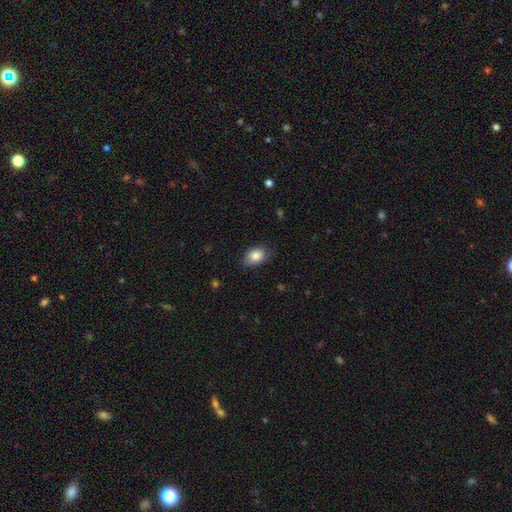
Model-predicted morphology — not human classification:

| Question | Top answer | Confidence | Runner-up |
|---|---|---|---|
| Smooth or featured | smooth | 85% | star or artifact (8%) |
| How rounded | in between | 81% | round (17%) |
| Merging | none | 75% | minor disturbance (20%) |